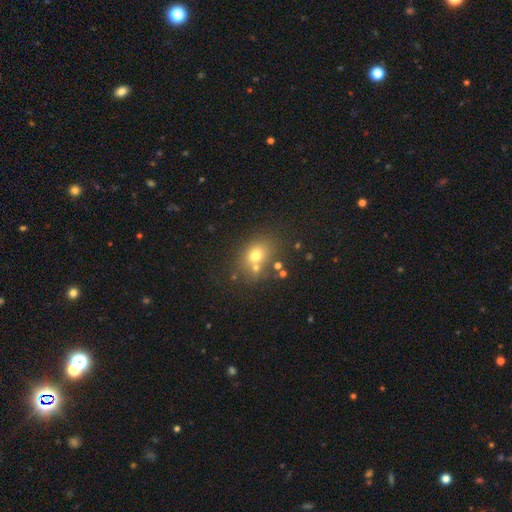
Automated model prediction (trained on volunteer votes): This is likely a smooth galaxy (69%). How rounded: possibly round (58%). Merging: possibly none (58%).